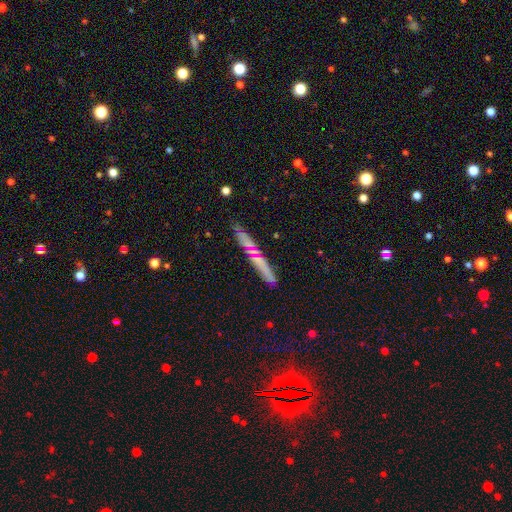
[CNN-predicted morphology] Smooth or featured?
  - featured or disk: 41% * (tied)
  - smooth: 41% * (tied)
  - star or artifact: 18%
Merging?
  - none: 79% *
  - minor disturbance: 14%
  - merger: 4%
  - major disturbance: 3%